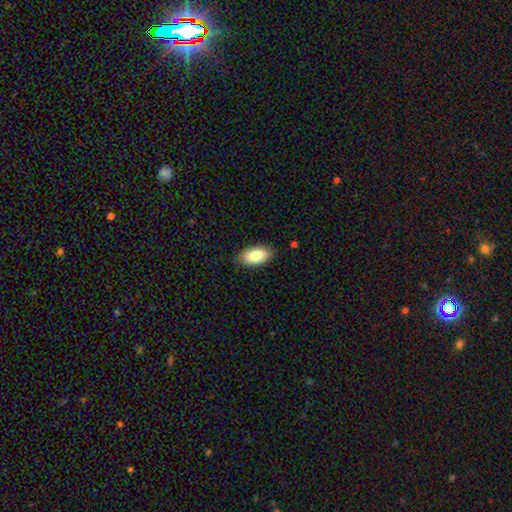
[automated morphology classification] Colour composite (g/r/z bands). It shows a smooth galaxy with no disk features (82%) that is in between round and cigar-shaped (93%). Merging: none (86%).